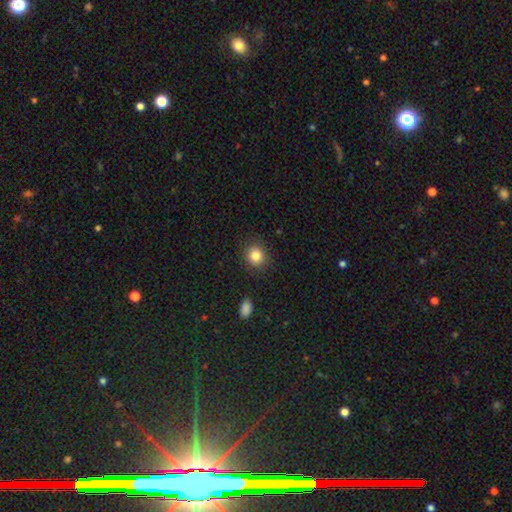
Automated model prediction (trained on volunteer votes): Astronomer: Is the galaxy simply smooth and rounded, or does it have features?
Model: smooth — 84%.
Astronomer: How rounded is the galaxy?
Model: round — 79%.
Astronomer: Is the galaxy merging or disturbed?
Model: none — 87%.